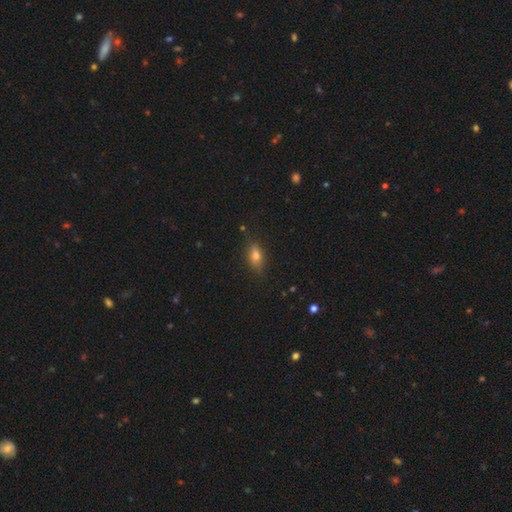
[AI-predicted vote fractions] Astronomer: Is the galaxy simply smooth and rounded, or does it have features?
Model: smooth — 72%.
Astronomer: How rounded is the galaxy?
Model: in between — 77%.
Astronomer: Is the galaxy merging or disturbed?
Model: none — 80%.